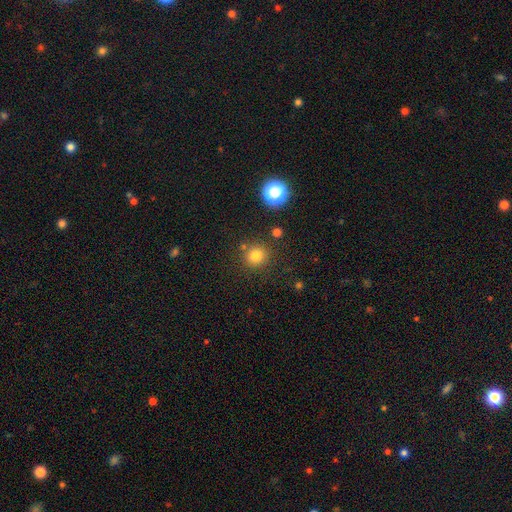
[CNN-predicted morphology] Q: Smooth or featured?
A: smooth (78%); runner-up: star or artifact (15%)
Q: How rounded?
A: round (91%); runner-up: in between (8%)
Q: Merging?
A: none (83%); runner-up: minor disturbance (8%)